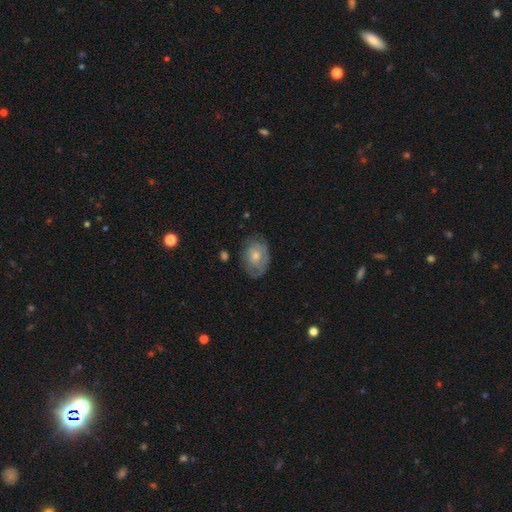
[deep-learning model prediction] This is possibly a smooth galaxy (54%). How rounded: likely in between (72%). Merging: likely none (61%).